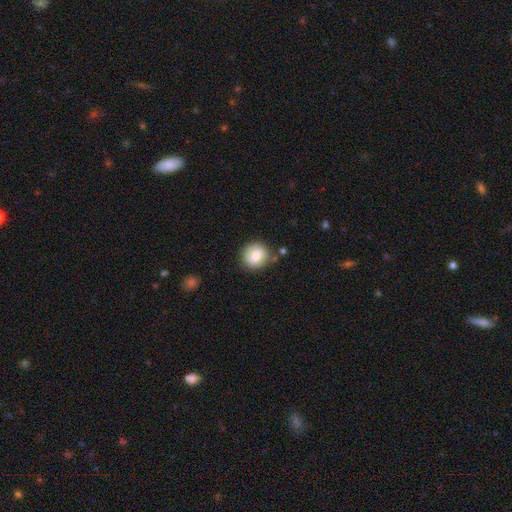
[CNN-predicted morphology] A smooth galaxy with no disk features (80%) that is round (88%). Merging: none (80%).